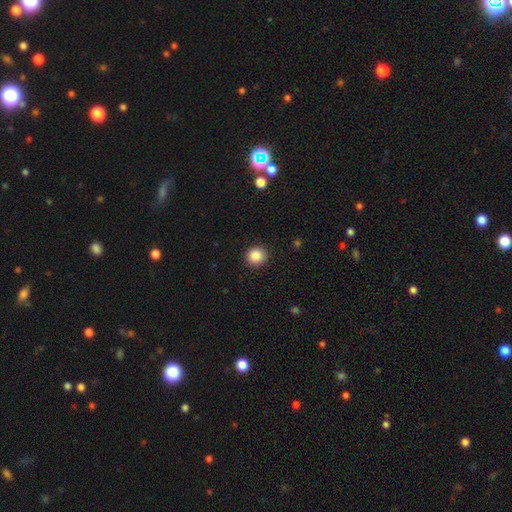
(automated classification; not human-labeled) smooth-or-featured: smooth: 88% | star or artifact: 9% | featured or disk: 3%
  how-rounded: round: 91% | in between: 8% | cigar-shaped: 1%
  merging: none: 91% | minor disturbance: 6% | major disturbance: 2% | merger: 1%